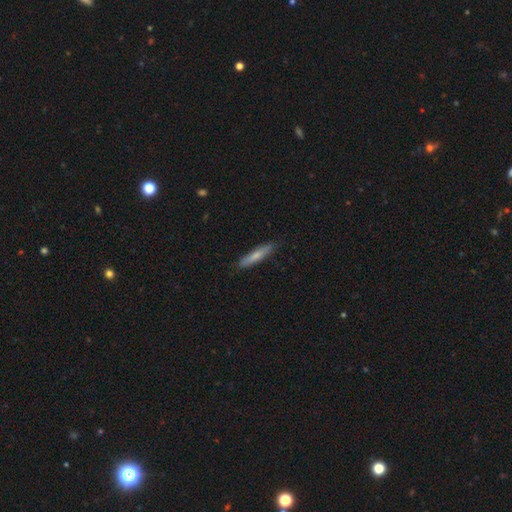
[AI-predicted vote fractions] The model was most divided on "smooth or featured": smooth: 71%, featured or disk: 23%, star or artifact: 6%. More confident: how rounded — cigar-shaped (88%); merging — none (85%).